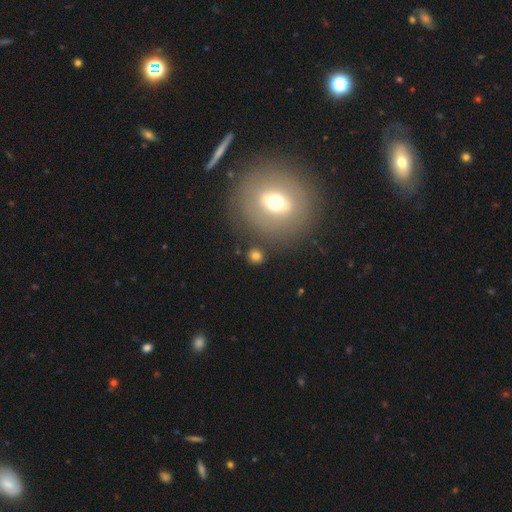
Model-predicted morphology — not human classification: Smooth or featured: smooth — 70% (star or artifact — 17%)
How rounded: round — 80% (in between — 19%)
Merging: none — 79% (minor disturbance — 10%)